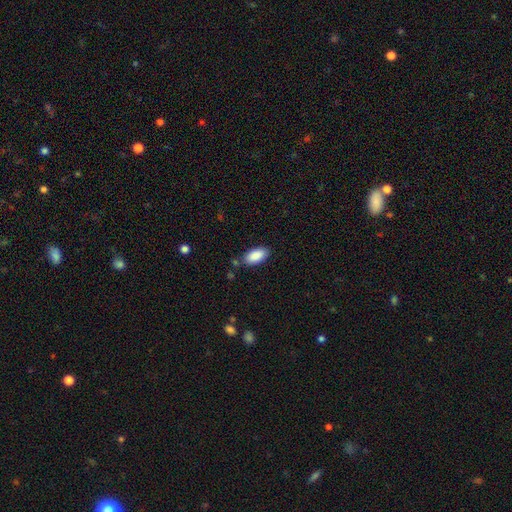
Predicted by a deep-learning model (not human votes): A smooth galaxy with no disk features (89%) that is in between round and cigar-shaped (93%). Merging: none (80%).